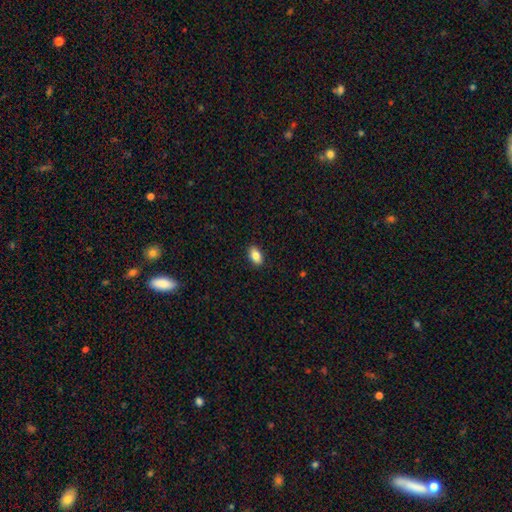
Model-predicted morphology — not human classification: smooth-or-featured: smooth: 86% | star or artifact: 8% | featured or disk: 7%
  how-rounded: in between: 91% | round: 6% | cigar-shaped: 3%
  merging: none: 90% | minor disturbance: 7% | major disturbance: 2% | merger: 1%